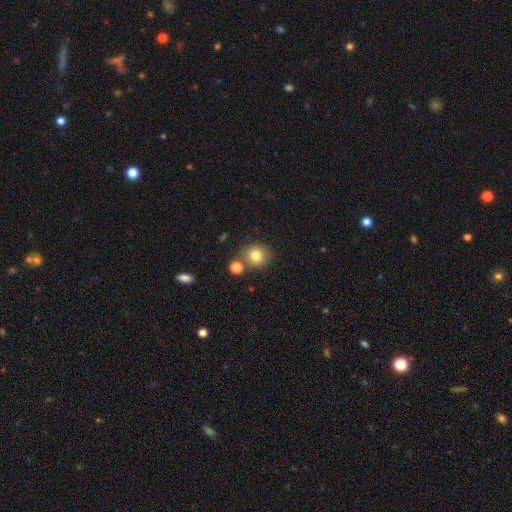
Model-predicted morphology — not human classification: Smooth or featured? Predicted: smooth (p=0.79). How rounded? Predicted: round (p=0.84). Merging? Predicted: none (p=0.74).